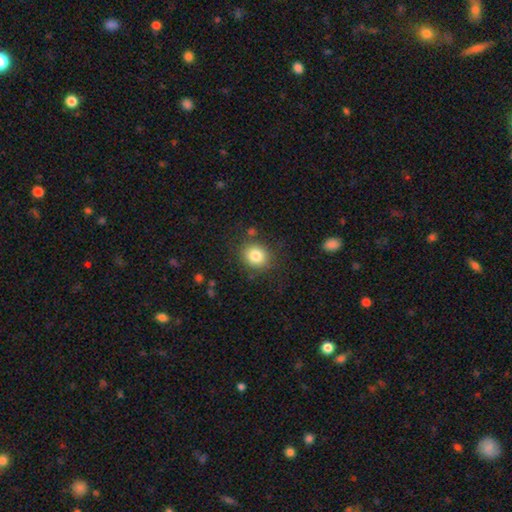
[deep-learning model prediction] smooth-or-featured: smooth: 82% | star or artifact: 11% | featured or disk: 8%
  how-rounded: round: 78% | in between: 21% | cigar-shaped: 1%
  merging: none: 83% | minor disturbance: 11% | major disturbance: 4% | merger: 3%